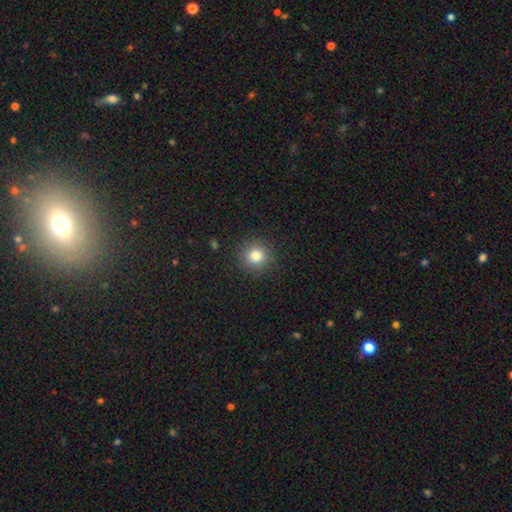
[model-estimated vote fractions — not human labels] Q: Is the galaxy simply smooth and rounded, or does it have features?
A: smooth — 83%.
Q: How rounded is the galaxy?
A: round — 93%.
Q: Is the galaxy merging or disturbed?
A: none — 89%.